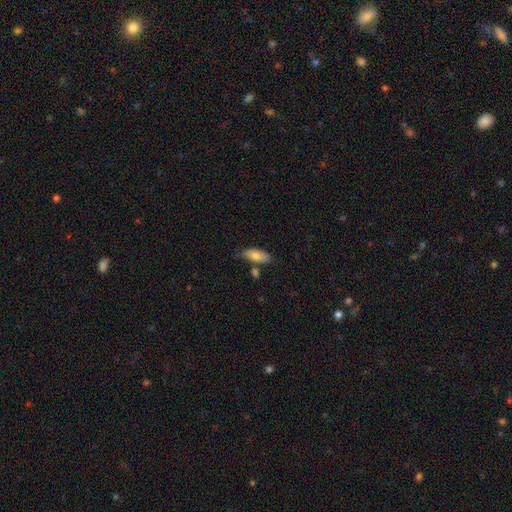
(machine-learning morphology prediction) A smooth galaxy with no disk features (78%) that is in between round and cigar-shaped (80%). Merging: none (65%).